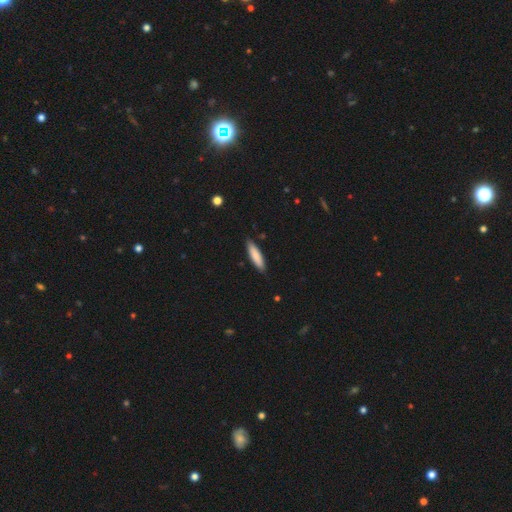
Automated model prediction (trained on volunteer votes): Overall: smooth (82%). How rounded: cigar-shaped (71%). Merging: none (86%).